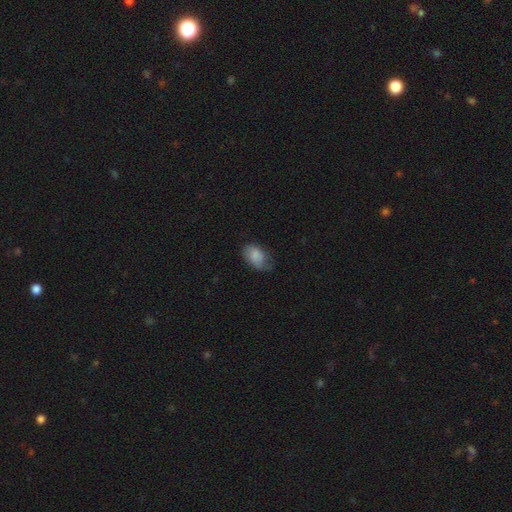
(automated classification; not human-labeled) smooth-or-featured: smooth: 75% | featured or disk: 17% | star or artifact: 8%
  how-rounded: in between: 87% | round: 12% | cigar-shaped: 1%
  merging: none: 49% | minor disturbance: 35% | major disturbance: 15% | merger: 2%